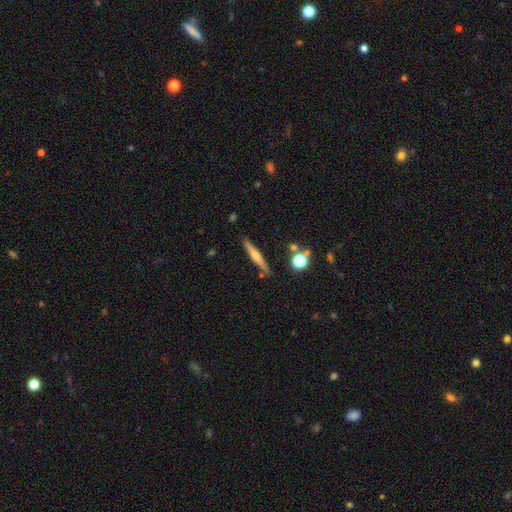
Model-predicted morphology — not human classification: Smooth or featured? Predicted: featured or disk (p=0.55). Edge-on disk? Predicted: yes (p=0.97). Edge-on bulge? Predicted: rounded (p=0.74). Merging? Predicted: none (p=0.86).